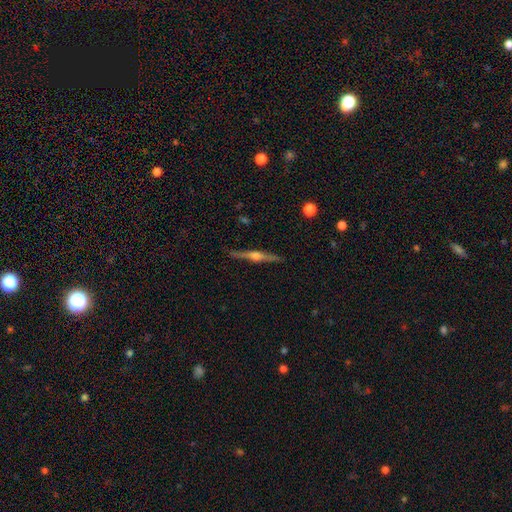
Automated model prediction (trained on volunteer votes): Smooth or featured? featured or disk (82%)
Edge-on disk? yes (98%)
Edge-on bulge? rounded (92%)
Merging? none (91%)